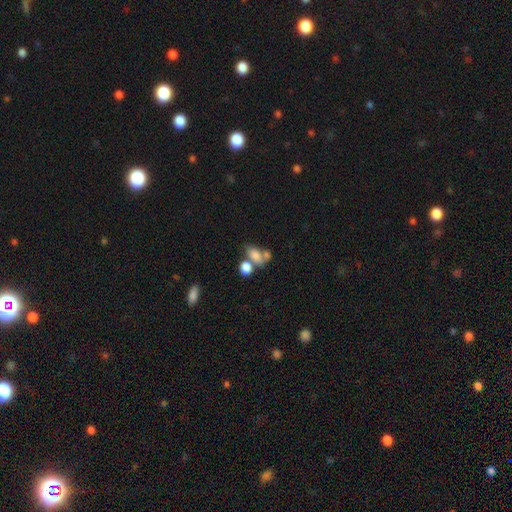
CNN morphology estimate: This is likely a smooth galaxy (75%). How rounded: clearly in between (80%). Merging: possibly merger (50%).